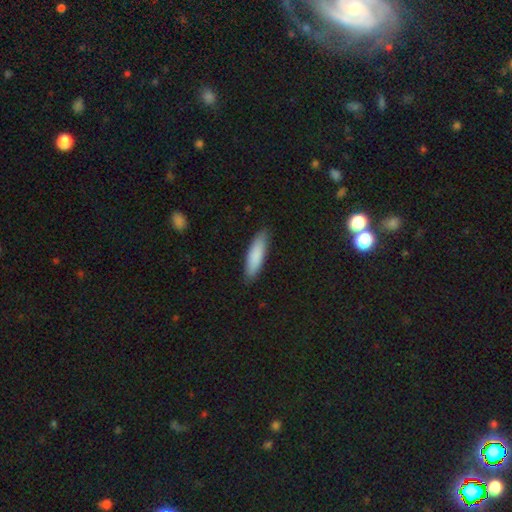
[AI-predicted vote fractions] Smooth or featured?
  - smooth: 85% *
  - featured or disk: 9%
  - star or artifact: 5%
How rounded?
  - cigar-shaped: 65% *
  - in between: 33%
  - round: 1%
Merging?
  - none: 87% *
  - minor disturbance: 10%
  - major disturbance: 2%
  - merger: 1%